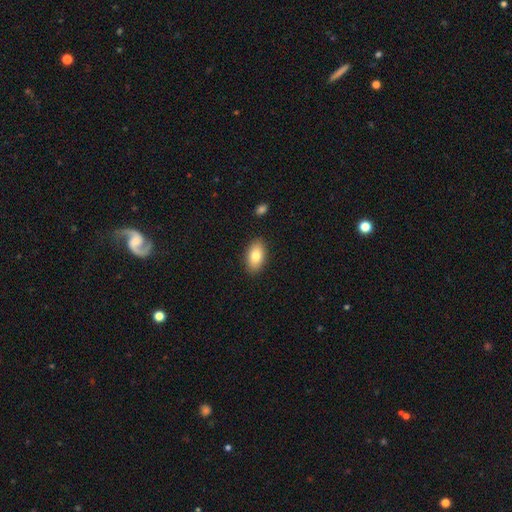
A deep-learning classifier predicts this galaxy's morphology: Smooth or featured?
  - smooth: 81% *
  - featured or disk: 12%
  - star or artifact: 7%
How rounded?
  - in between: 92% *
  - round: 5%
  - cigar-shaped: 2%
Merging?
  - none: 88% *
  - minor disturbance: 8%
  - major disturbance: 2%
  - merger: 1%